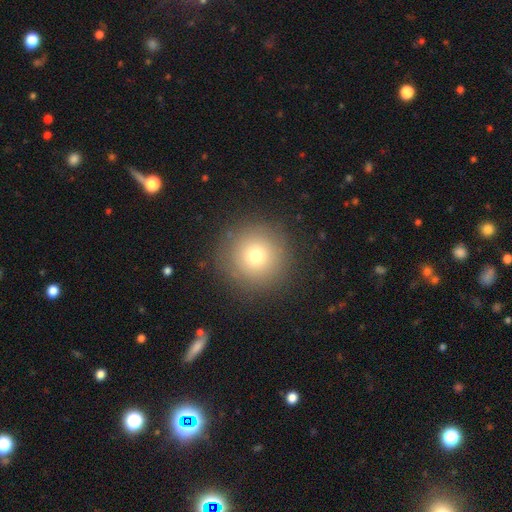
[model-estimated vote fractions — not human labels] Overall: smooth (74%). How rounded: round (96%). Merging: none (88%).